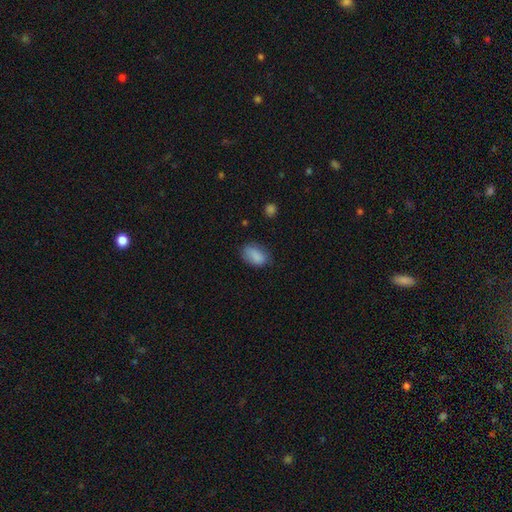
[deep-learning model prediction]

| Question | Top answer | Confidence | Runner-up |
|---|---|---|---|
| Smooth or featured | smooth | 86% | star or artifact (8%) |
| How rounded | in between | 90% | round (8%) |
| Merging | none | 68% | minor disturbance (24%) |